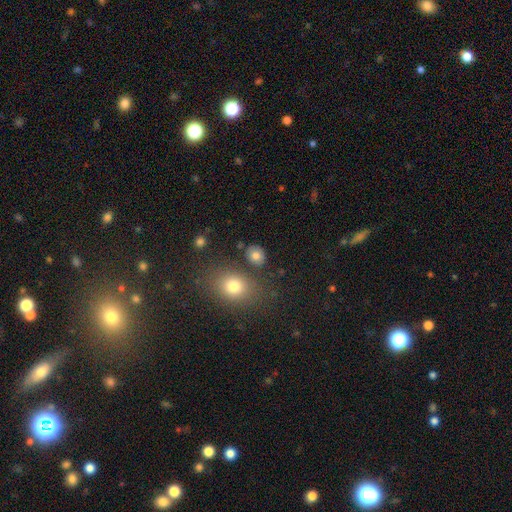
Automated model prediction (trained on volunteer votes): This is likely a smooth galaxy (79%). How rounded: possibly round (60%). Merging: clearly none (81%).